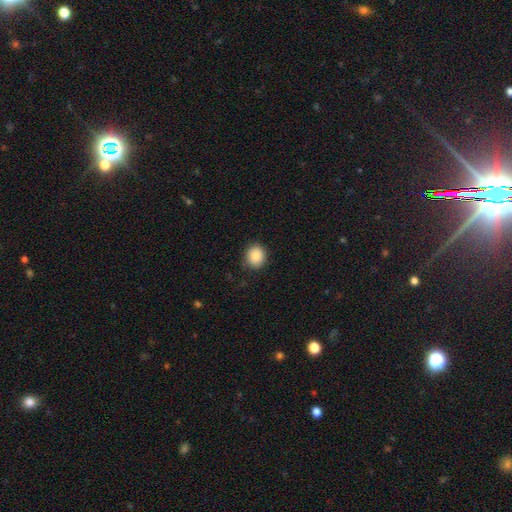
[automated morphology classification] A smooth galaxy with no disk features (88%) that is round (73%). Merging: none (85%).